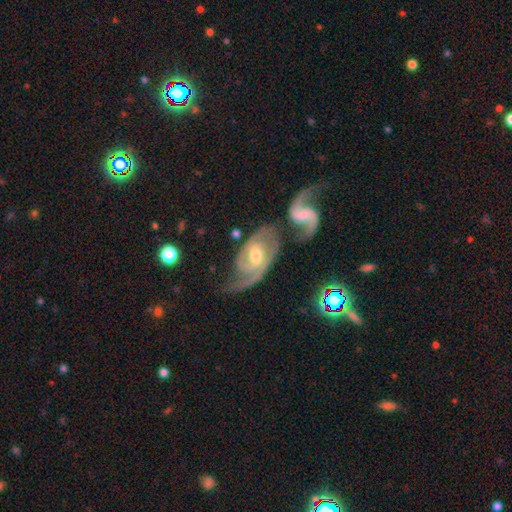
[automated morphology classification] Smooth or featured? Predicted: featured or disk (p=0.87). Edge-on disk? Predicted: no (p=0.95). Bar? Predicted: no (p=0.45). Spiral arms? Predicted: yes (p=0.96). Spiral winding? Predicted: medium (p=0.48). Spiral arm count? Predicted: 2 (p=0.74). Bulge size? Predicted: moderate (p=0.63). Merging? Predicted: none (p=0.46).